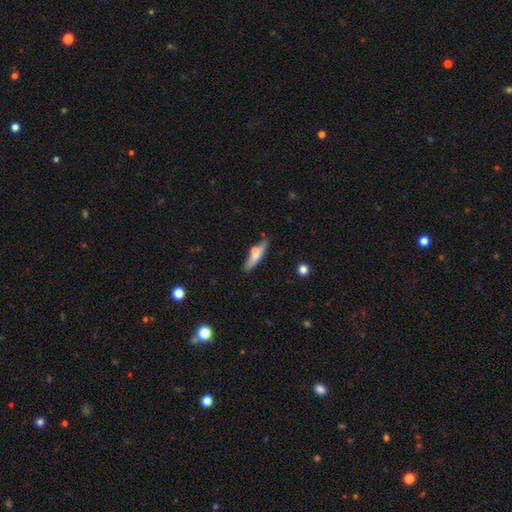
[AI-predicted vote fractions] smooth_or_featured: smooth (p=0.62) [alt: featured or disk p=0.32]
how_rounded: cigar-shaped (p=0.75) [alt: in between p=0.22]
merging: none (p=0.68) [alt: minor disturbance p=0.19]